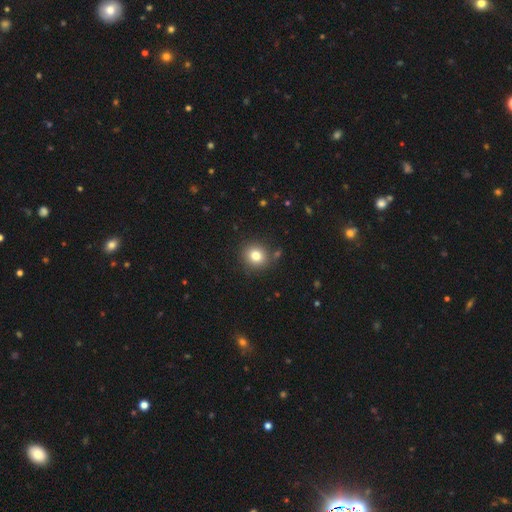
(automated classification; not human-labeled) A smooth galaxy with no disk features (80%) that is round (86%).

Vote fractions:
- Smooth or featured? smooth: 80% / star or artifact: 12% / featured or disk: 8%
- How rounded? round: 86% / in between: 13% / cigar-shaped: 1%
- Merging? none: 85% / minor disturbance: 9% / merger: 3% / major disturbance: 3%